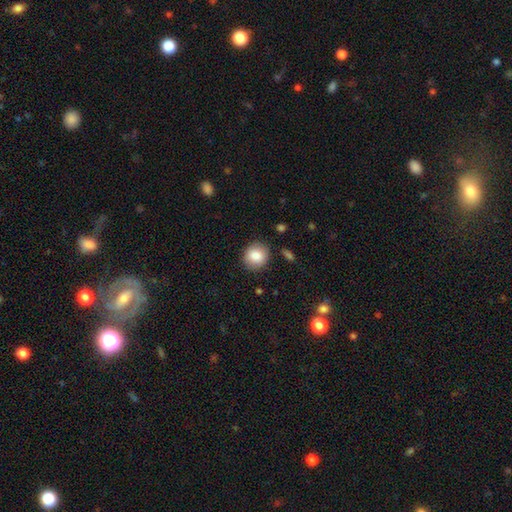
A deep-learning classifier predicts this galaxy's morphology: This is clearly a smooth galaxy (84%). How rounded: clearly round (83%). Merging: clearly none (86%).